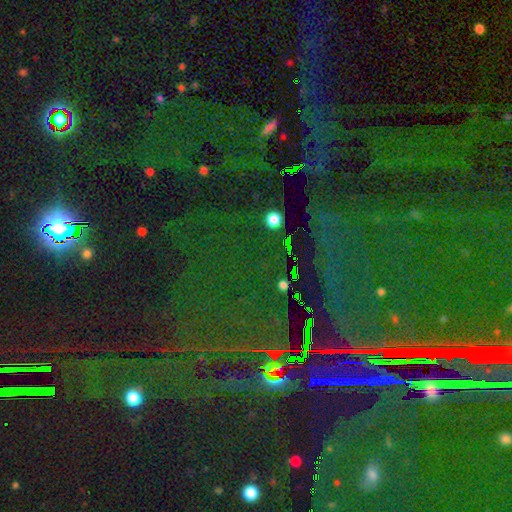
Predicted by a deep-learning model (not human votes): This appears to be a star or artifact, not a galaxy (85%).